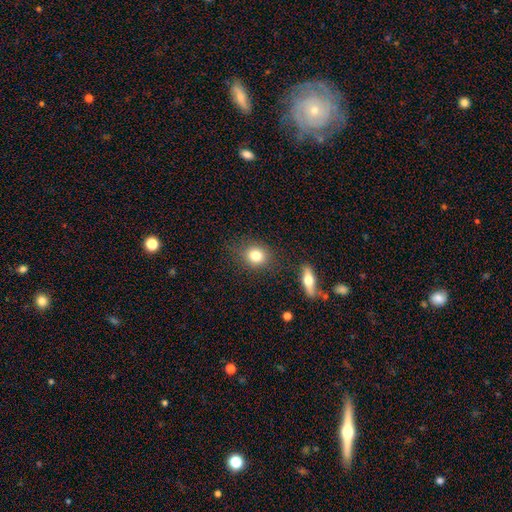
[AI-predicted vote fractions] A smooth galaxy with no disk features (81%) that is round (72%).

Vote fractions:
- Smooth or featured? smooth: 81% / star or artifact: 10% / featured or disk: 9%
- How rounded? round: 72% / in between: 26% / cigar-shaped: 2%
- Merging? none: 81% / minor disturbance: 11% / merger: 5% / major disturbance: 3%